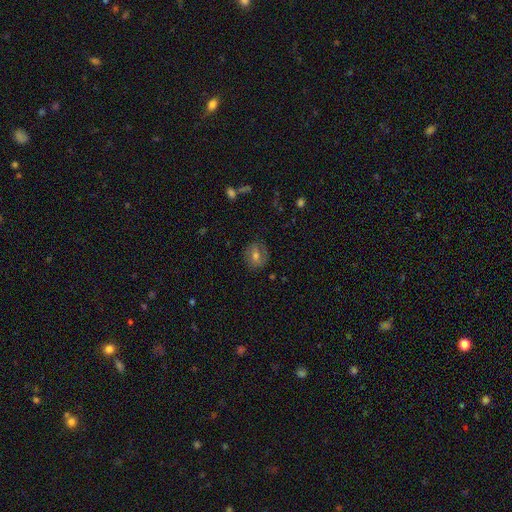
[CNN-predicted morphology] smooth_or_featured: smooth (p=0.52) [alt: featured or disk p=0.35]
how_rounded: round (p=0.66) [alt: in between p=0.33]
merging: none (p=0.79) [alt: minor disturbance p=0.15]